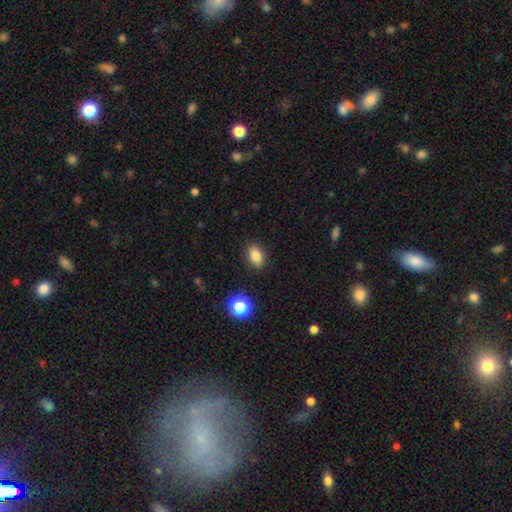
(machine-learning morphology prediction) Overall: smooth (83%). How rounded: in between (82%). Merging: none (88%).